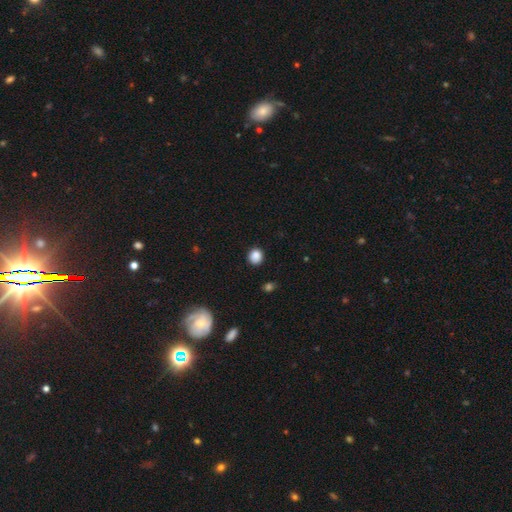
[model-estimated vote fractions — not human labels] smooth 86%, star or artifact 10%, featured or disk 3%. Down the decision tree: how rounded — round (84%); merging — none (88%).